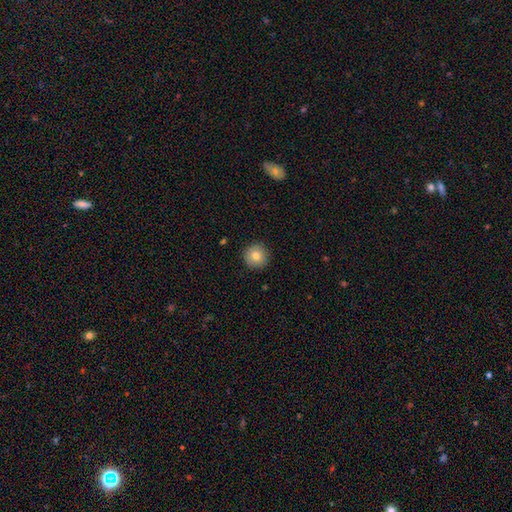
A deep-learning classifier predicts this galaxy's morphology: smooth-or-featured: smooth: 81% | featured or disk: 9% | star or artifact: 9%
  how-rounded: round: 96% | in between: 4% | cigar-shaped: 1%
  merging: none: 92% | minor disturbance: 6% | major disturbance: 2% | merger: 1%